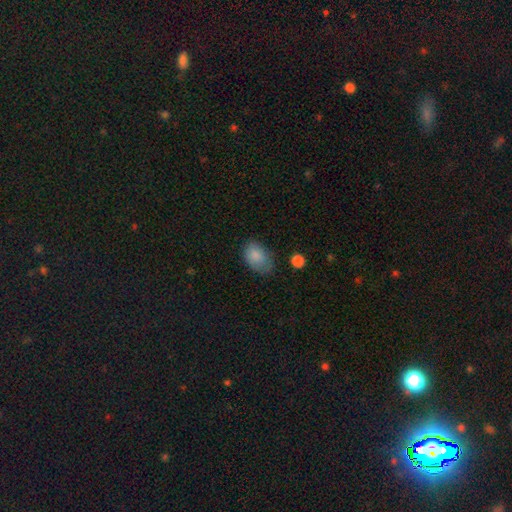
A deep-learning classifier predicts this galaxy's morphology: This appears to be a smooth galaxy with no disk features (85%) that is in between round and cigar-shaped (86%). Merging: none (59%).